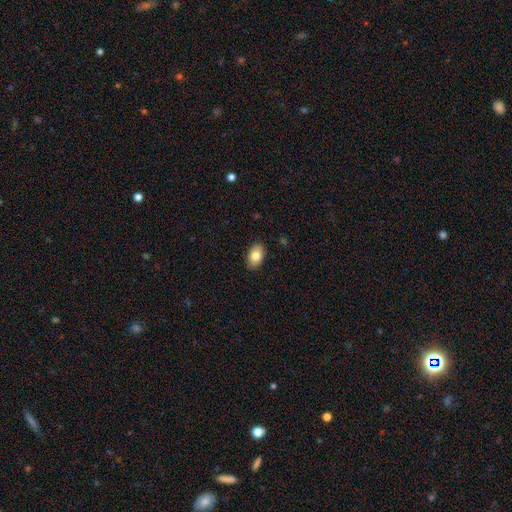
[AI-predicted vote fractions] This is clearly a smooth galaxy (82%). How rounded: clearly in between (91%). Merging: clearly none (89%).